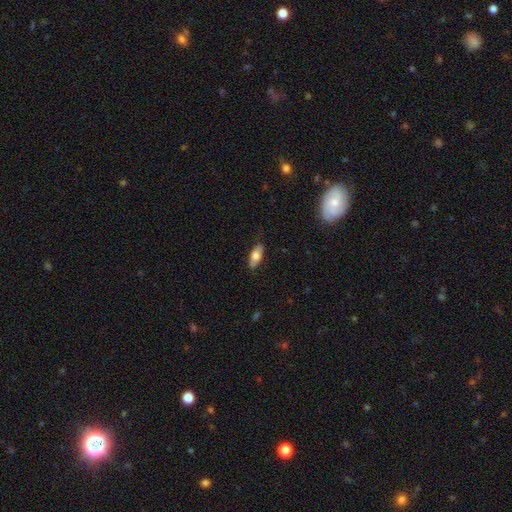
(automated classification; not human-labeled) smooth_or_featured: smooth (p=0.68) [alt: featured or disk p=0.26]
how_rounded: in between (p=0.76) [alt: cigar-shaped p=0.21]
merging: none (p=0.80) [alt: minor disturbance p=0.15]